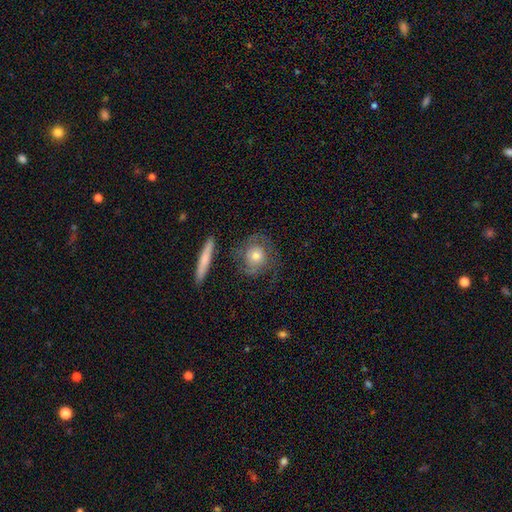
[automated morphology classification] type=featured or disk (58%); edge-on=no (92%); bar=no (81%); spiral arms=yes (80%); bulge=moderate (59%); merging=none (65%).